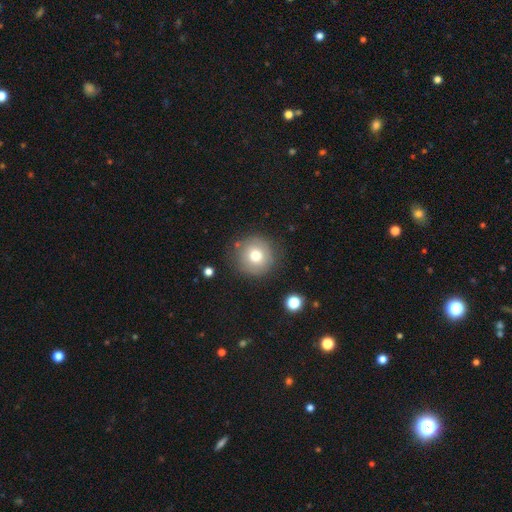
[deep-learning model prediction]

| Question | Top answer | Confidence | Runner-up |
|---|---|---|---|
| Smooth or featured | smooth | 75% | featured or disk (15%) |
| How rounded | round | 94% | in between (5%) |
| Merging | none | 84% | minor disturbance (10%) |